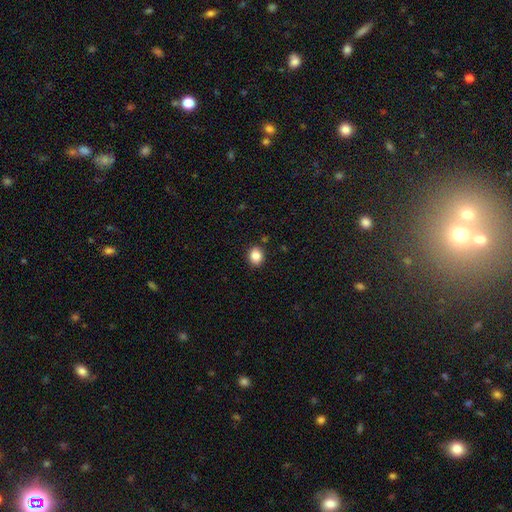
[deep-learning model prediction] Smooth or featured? Predicted: smooth (p=0.86). How rounded? Predicted: round (p=0.65). Merging? Predicted: none (p=0.89).